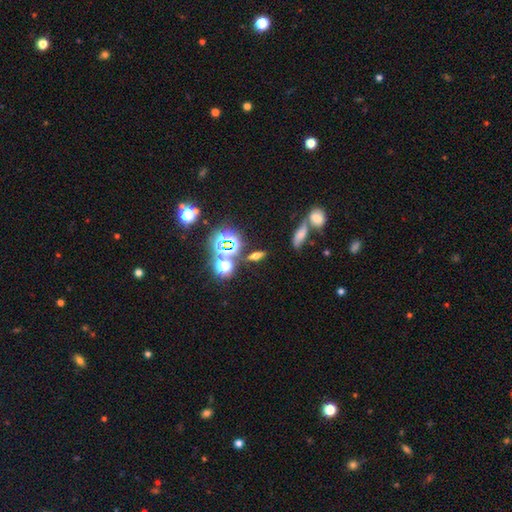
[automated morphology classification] This appears to be a smooth galaxy with no disk features (47%). Merging: none (80%).